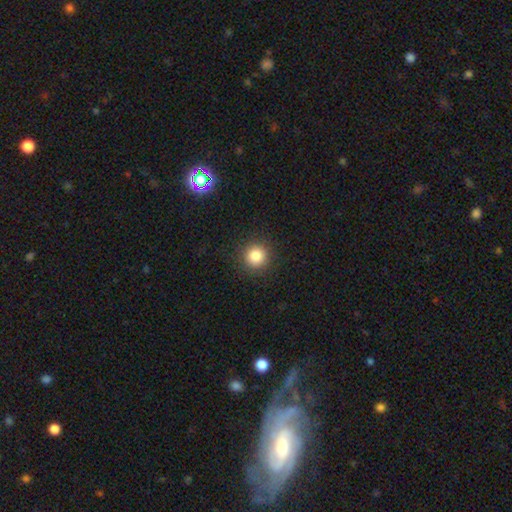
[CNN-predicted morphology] Smooth or featured?
  - smooth: 83% *
  - star or artifact: 11%
  - featured or disk: 5%
How rounded?
  - round: 95% *
  - in between: 4%
  - cigar-shaped: 1%
Merging?
  - none: 91% *
  - minor disturbance: 6%
  - major disturbance: 2%
  - merger: 1%